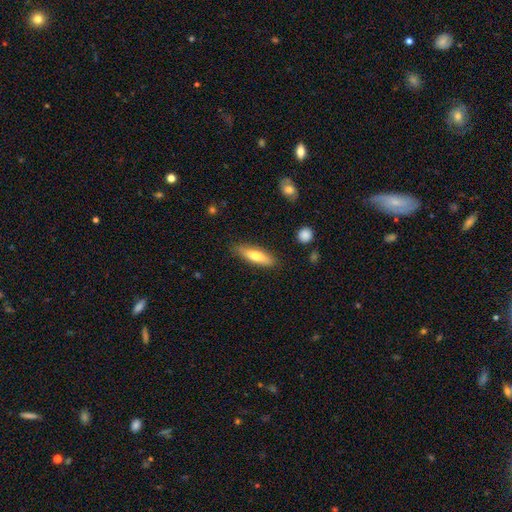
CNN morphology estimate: This appears to be a smooth galaxy with no disk features (66%) that is cigar-shaped (61%). Merging: none (84%).